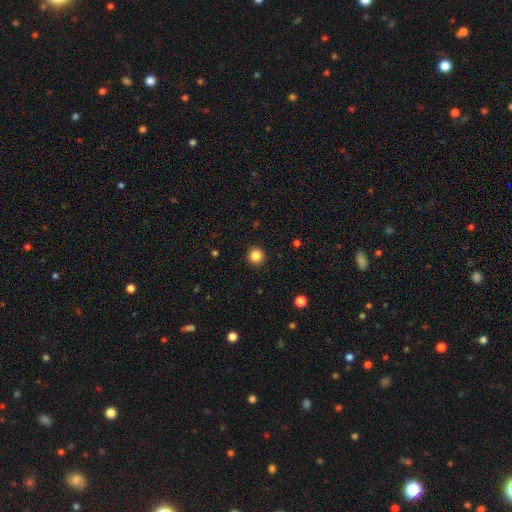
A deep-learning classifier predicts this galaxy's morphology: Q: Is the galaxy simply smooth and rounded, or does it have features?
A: smooth — 85%.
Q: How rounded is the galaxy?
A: round — 95%.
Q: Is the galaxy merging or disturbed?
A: none — 93%.